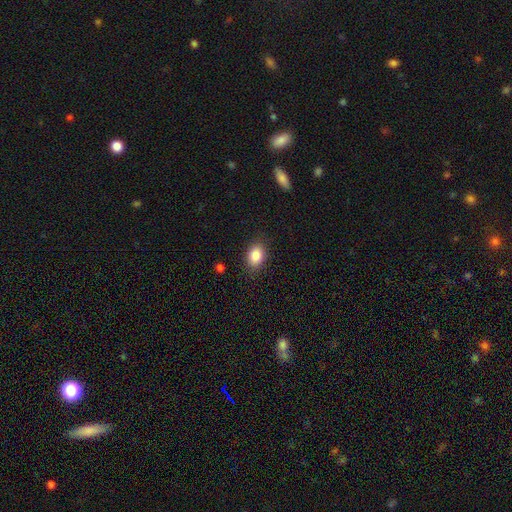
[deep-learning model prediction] A smooth galaxy with no disk features (86%) that is in between round and cigar-shaped (74%). Merging: none (84%).